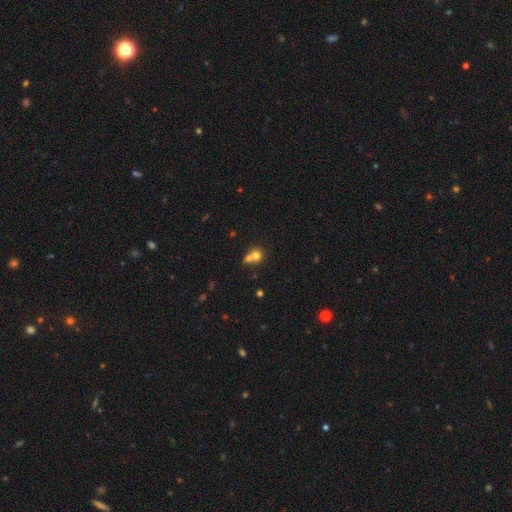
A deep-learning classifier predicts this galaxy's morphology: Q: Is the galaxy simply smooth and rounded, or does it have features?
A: smooth — 74%.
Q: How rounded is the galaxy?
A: round — 83%.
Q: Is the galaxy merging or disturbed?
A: merger — 54%.